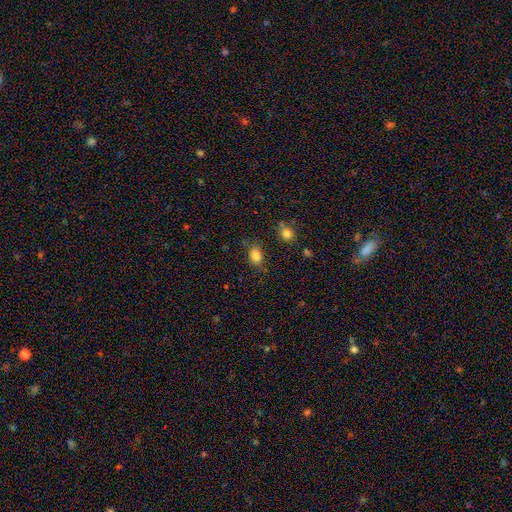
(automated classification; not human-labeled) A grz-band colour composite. It shows a smooth galaxy with no disk features (83%) that is in between round and cigar-shaped (71%). Merging: none (75%).